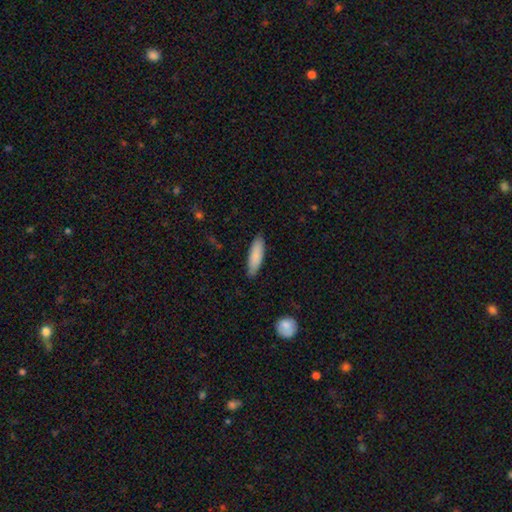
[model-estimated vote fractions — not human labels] Smooth or featured? Predicted: smooth (p=0.85). How rounded? Predicted: cigar-shaped (p=0.62). Merging? Predicted: none (p=0.85).